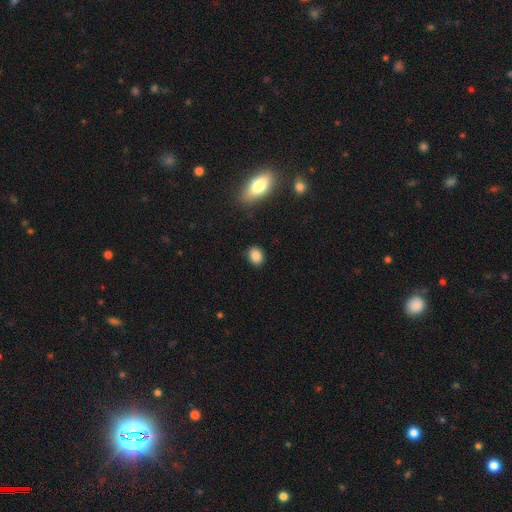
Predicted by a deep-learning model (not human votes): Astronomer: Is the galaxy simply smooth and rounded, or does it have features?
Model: smooth — 86%.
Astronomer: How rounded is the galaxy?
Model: in between — 54% (runner-up: round, 45%).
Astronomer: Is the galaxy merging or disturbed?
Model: none — 85%.